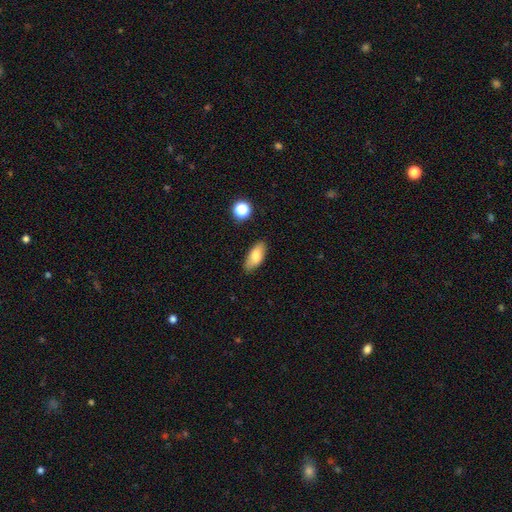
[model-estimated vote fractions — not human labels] smooth_or_featured: smooth (p=0.77) [alt: featured or disk p=0.16]
how_rounded: in between (p=0.86) [alt: cigar-shaped p=0.11]
merging: none (p=0.83) [alt: minor disturbance p=0.13]